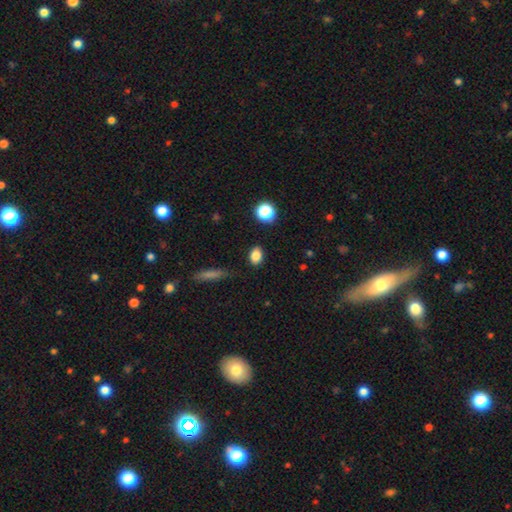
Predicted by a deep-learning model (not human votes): The model was most divided on "how rounded": in between: 75%, round: 23%, cigar-shaped: 3%. More confident: merging — none (85%); smooth or featured — smooth (84%).